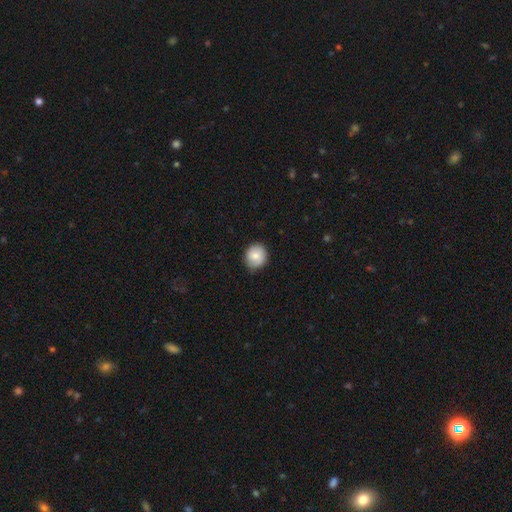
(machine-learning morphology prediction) type=smooth (82%); roundness=round (86%); merging=none (83%).